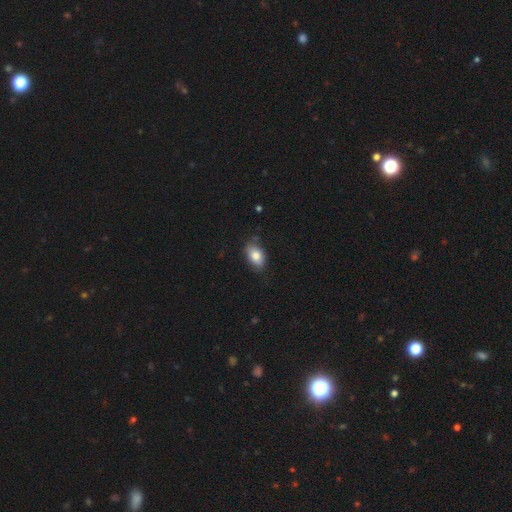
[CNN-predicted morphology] smooth_or_featured: smooth (p=0.81) [alt: featured or disk p=0.12]
how_rounded: in between (p=0.89) [alt: round p=0.09]
merging: none (p=0.74) [alt: minor disturbance p=0.21]